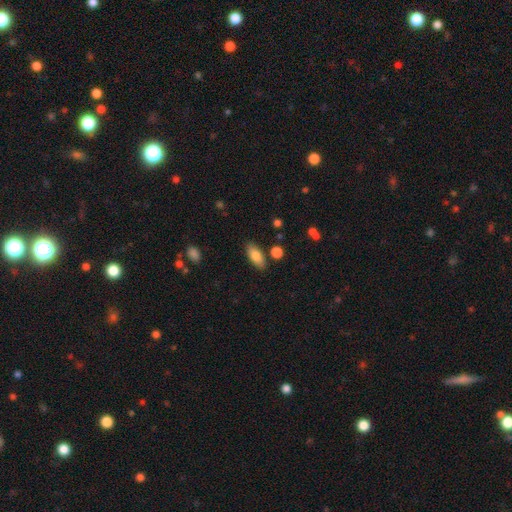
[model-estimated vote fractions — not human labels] This is clearly a smooth galaxy (83%). How rounded: clearly in between (83%). Merging: clearly none (84%).